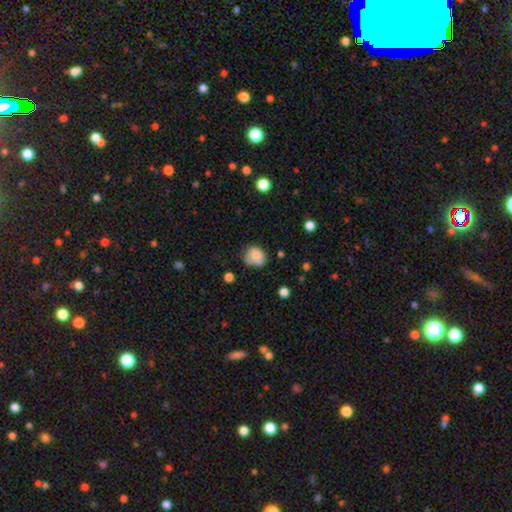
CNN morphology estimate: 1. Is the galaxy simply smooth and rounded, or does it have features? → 79% smooth, 11% featured or disk, 10% star or artifact.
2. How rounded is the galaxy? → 68% round, 32% in between, 1% cigar-shaped.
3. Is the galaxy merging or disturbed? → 53% none, 31% minor disturbance, 9% major disturbance, 7% merger.